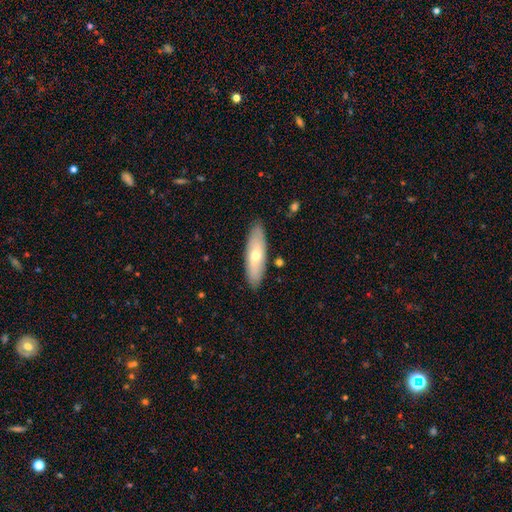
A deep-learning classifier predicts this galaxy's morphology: Q: Smooth or featured?
A: smooth (58%); runner-up: featured or disk (36%)
Q: How rounded?
A: cigar-shaped (53%); runner-up: in between (45%)
Q: Merging?
A: none (87%); runner-up: minor disturbance (9%)